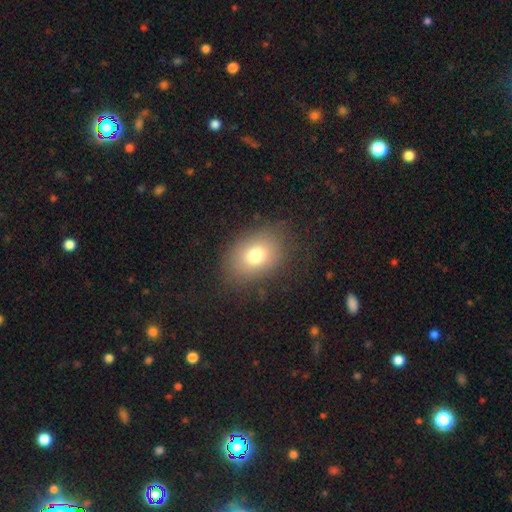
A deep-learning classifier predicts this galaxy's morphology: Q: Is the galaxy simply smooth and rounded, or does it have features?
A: smooth — 75%.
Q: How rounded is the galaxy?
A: in between — 70%.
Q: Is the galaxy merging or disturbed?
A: none — 79%.